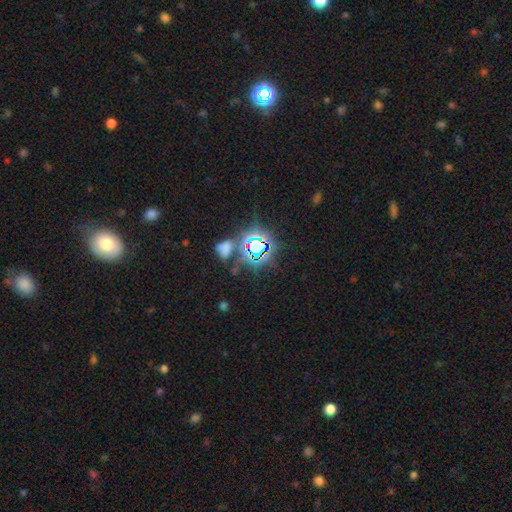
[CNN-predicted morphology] Smooth or featured? Predicted: star or artifact (p=0.77).